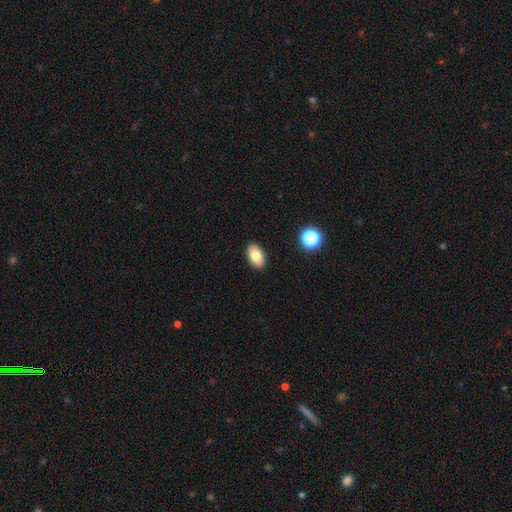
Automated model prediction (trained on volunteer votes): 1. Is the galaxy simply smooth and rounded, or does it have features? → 79% smooth, 12% featured or disk, 9% star or artifact.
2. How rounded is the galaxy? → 92% in between, 6% round, 2% cigar-shaped.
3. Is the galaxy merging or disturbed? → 90% none, 7% minor disturbance, 2% major disturbance, 1% merger.